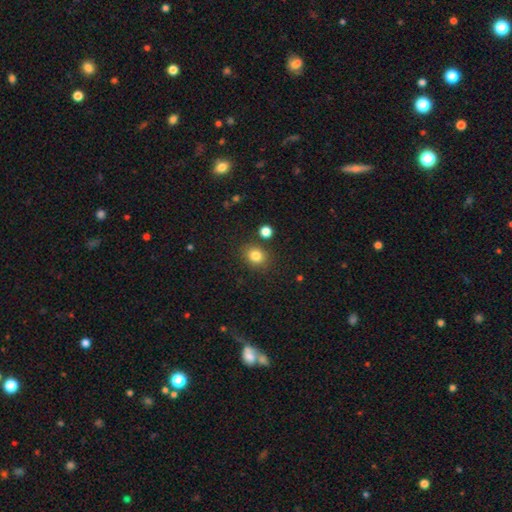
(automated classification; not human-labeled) Smooth or featured? smooth (82%)
How rounded? round (65%)
Merging? none (82%)